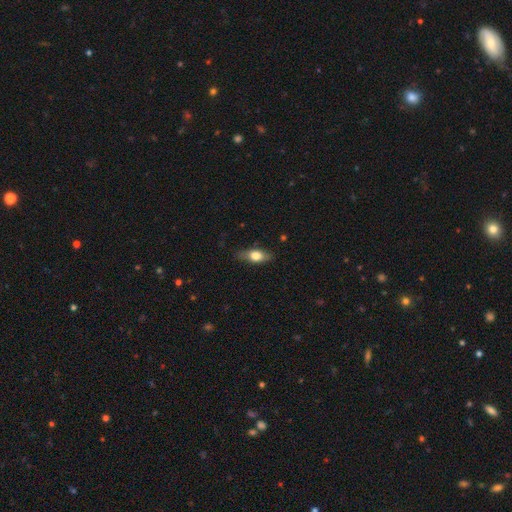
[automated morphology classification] A smooth galaxy with no disk features (67%) that is in between round and cigar-shaped (74%).

Vote fractions:
- Smooth or featured? smooth: 67% / featured or disk: 26% / star or artifact: 7%
- How rounded? in between: 74% / cigar-shaped: 20% / round: 6%
- Merging? none: 77% / minor disturbance: 18% / major disturbance: 4% / merger: 1%